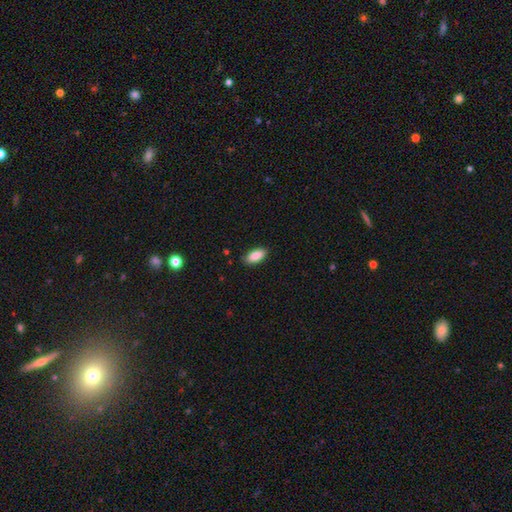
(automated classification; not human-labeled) smooth_or_featured: smooth (p=0.89) [alt: star or artifact p=0.07]
how_rounded: in between (p=0.90) [alt: cigar-shaped p=0.07]
merging: none (p=0.87) [alt: minor disturbance p=0.10]